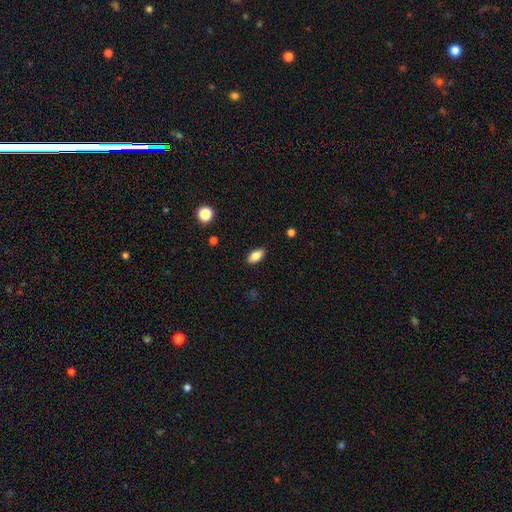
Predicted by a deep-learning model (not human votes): Smooth or featured?
  - smooth: 82% *
  - featured or disk: 10%
  - star or artifact: 8%
How rounded?
  - in between: 90% *
  - cigar-shaped: 5%
  - round: 5%
Merging?
  - none: 88% *
  - minor disturbance: 9%
  - major disturbance: 2%
  - merger: 1%